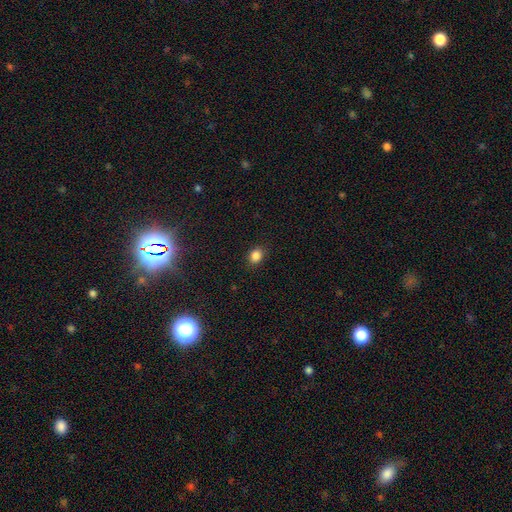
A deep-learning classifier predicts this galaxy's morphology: Smooth or featured? smooth (84%)
How rounded? round (56%)
Merging? none (86%)